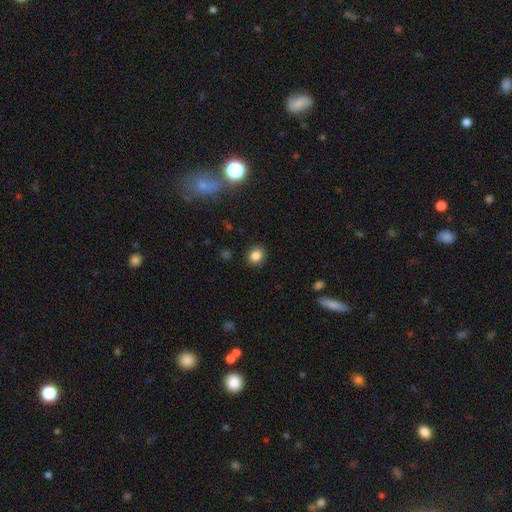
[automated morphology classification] A smooth galaxy with no disk features (84%) that is round (70%). Merging: none (89%).